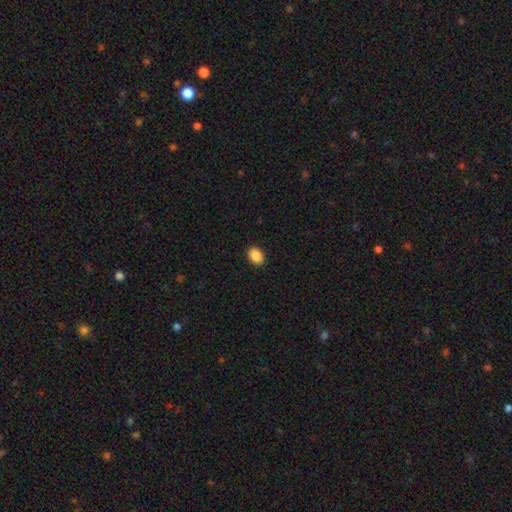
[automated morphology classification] Smooth or featured?
  - smooth: 89% *
  - star or artifact: 8%
  - featured or disk: 2%
How rounded?
  - in between: 71% *
  - round: 28%
  - cigar-shaped: 1%
Merging?
  - none: 91% *
  - minor disturbance: 6%
  - major disturbance: 2%
  - merger: 1%